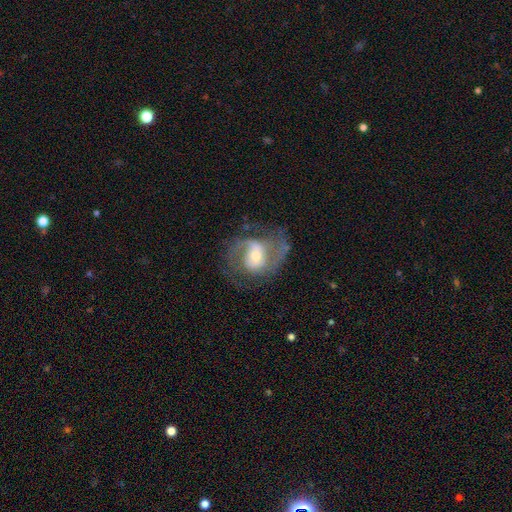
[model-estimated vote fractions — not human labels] Smooth or featured? Predicted: featured or disk (p=0.82). Edge-on disk? Predicted: no (p=0.97). Bar? Predicted: no (p=0.43). Spiral arms? Predicted: yes (p=0.92). Spiral winding? Predicted: medium (p=0.52). Spiral arm count? Predicted: 2 (p=0.78). Bulge size? Predicted: moderate (p=0.57). Merging? Predicted: none (p=0.60).